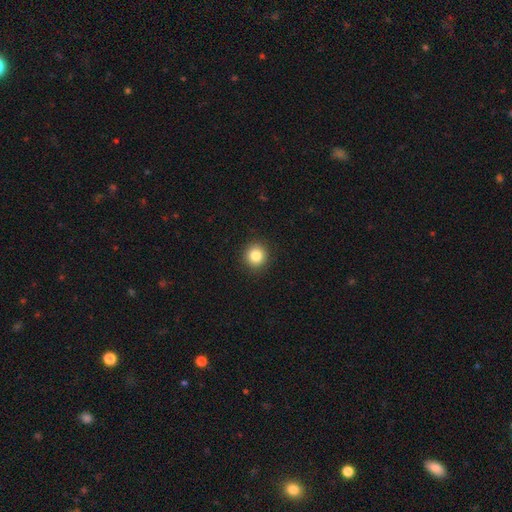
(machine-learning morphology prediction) Smooth or featured? smooth (84%)
How rounded? round (92%)
Merging? none (92%)